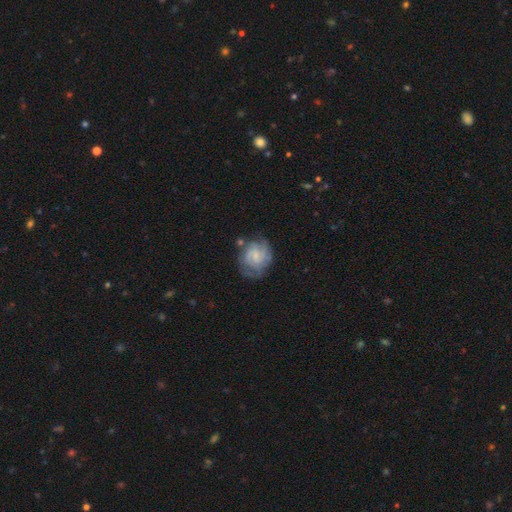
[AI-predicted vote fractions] This appears to be a featured or disk galaxy (69%) with no bar (49%), 2 (37%) tight (49%) spiral arms (88%) and a small central bulge (53%). Merging: none (58%).